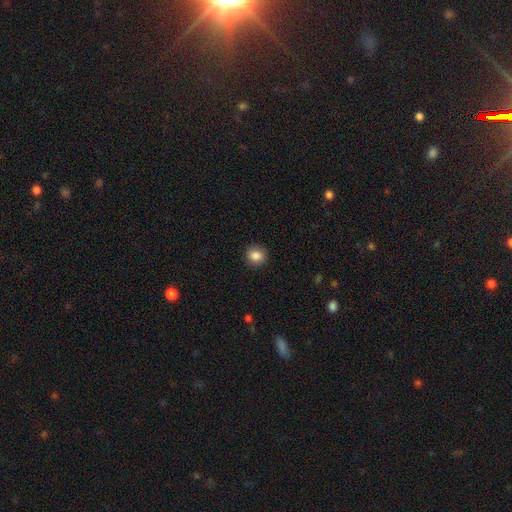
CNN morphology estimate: type=smooth (86%); roundness=round (86%); merging=none (89%).